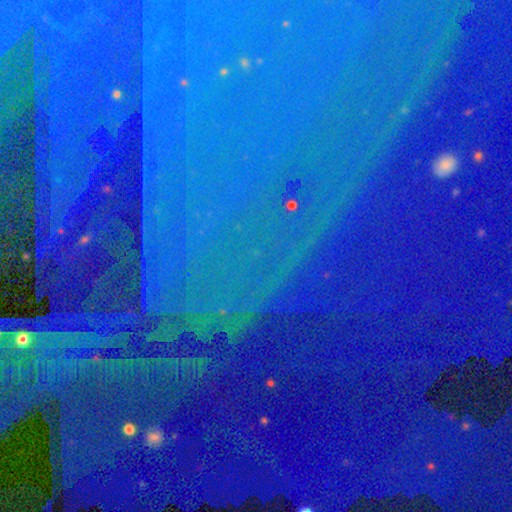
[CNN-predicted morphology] type=star or artifact (88%).